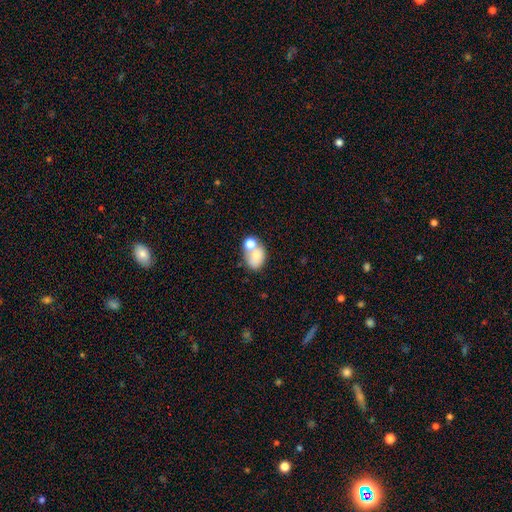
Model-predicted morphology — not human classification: Smooth or featured?
  - smooth: 72% *
  - featured or disk: 18%
  - star or artifact: 10%
How rounded?
  - in between: 73% *
  - round: 26%
  - cigar-shaped: 1%
Merging?
  - merger: 43% *
  - none: 37%
  - minor disturbance: 13%
  - major disturbance: 6%